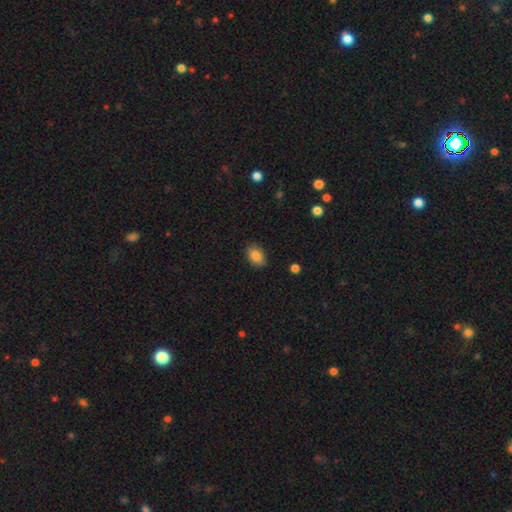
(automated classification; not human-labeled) Smooth or featured?
  - smooth: 86% *
  - star or artifact: 8%
  - featured or disk: 6%
How rounded?
  - in between: 83% *
  - round: 16%
  - cigar-shaped: 1%
Merging?
  - none: 86% *
  - minor disturbance: 10%
  - major disturbance: 2%
  - merger: 1%